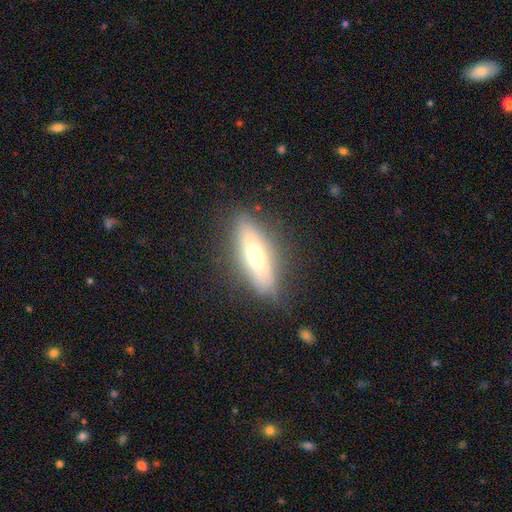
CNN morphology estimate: A smooth galaxy with no disk features (54%) that is cigar-shaped (55%). Merging: none (83%).